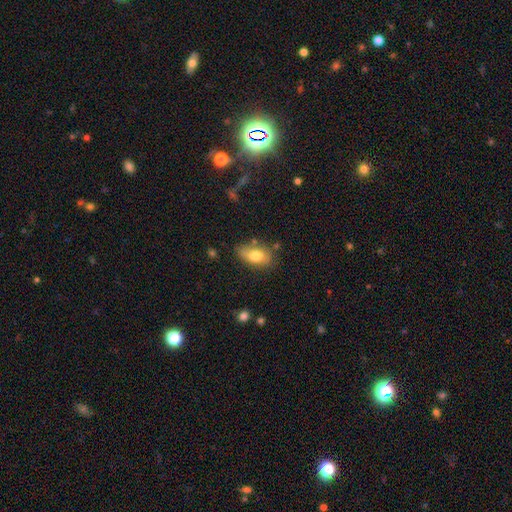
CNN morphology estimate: smooth-or-featured: smooth: 76% | featured or disk: 17% | star or artifact: 8%
  how-rounded: in between: 88% | round: 6% | cigar-shaped: 6%
  merging: none: 67% | minor disturbance: 23% | major disturbance: 5% | merger: 5%